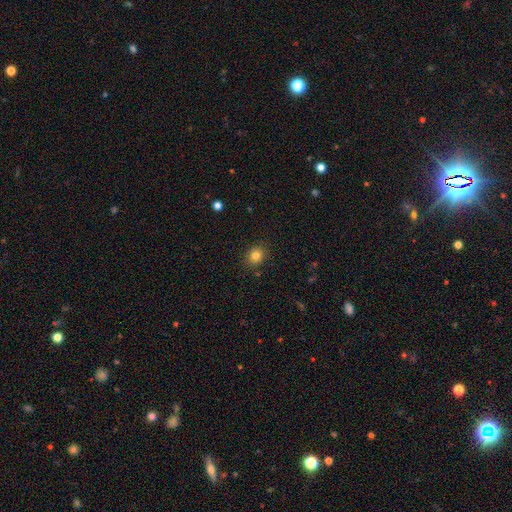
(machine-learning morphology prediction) smooth 82%, star or artifact 12%, featured or disk 6%. Down the decision tree: how rounded — round (68%); merging — none (87%).